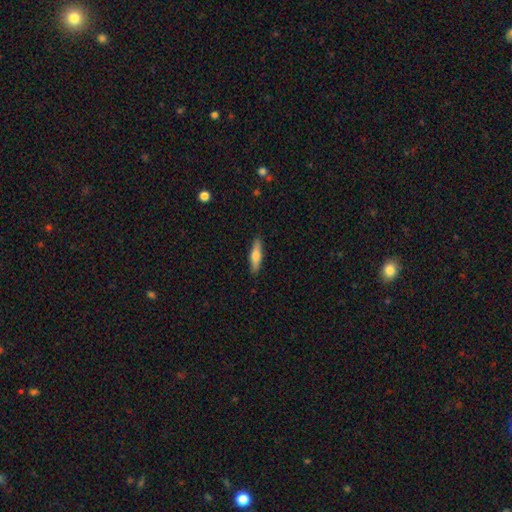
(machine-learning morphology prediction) A smooth galaxy with no disk features (62%) that is cigar-shaped (72%). Merging: none (90%).